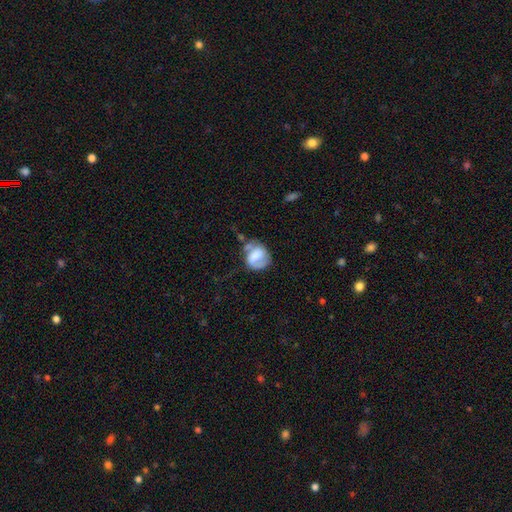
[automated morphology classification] This appears to be a smooth galaxy with no disk features (52%) that is round (62%). Merging: none (40%).